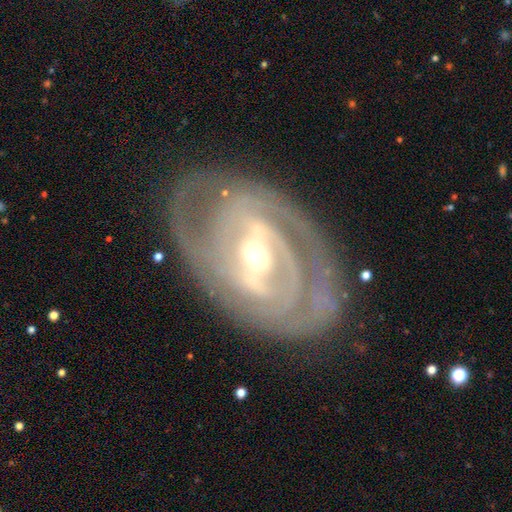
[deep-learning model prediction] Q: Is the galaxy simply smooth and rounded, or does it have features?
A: featured or disk — 88%.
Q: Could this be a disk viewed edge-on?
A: no — 95%.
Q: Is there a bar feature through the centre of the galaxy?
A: strong — 52%.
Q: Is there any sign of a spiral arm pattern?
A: yes — 91%.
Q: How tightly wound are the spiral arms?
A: tight — 70%.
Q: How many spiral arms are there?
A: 2 — 39%.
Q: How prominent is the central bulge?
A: moderate — 58%.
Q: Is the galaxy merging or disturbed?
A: none — 76%.